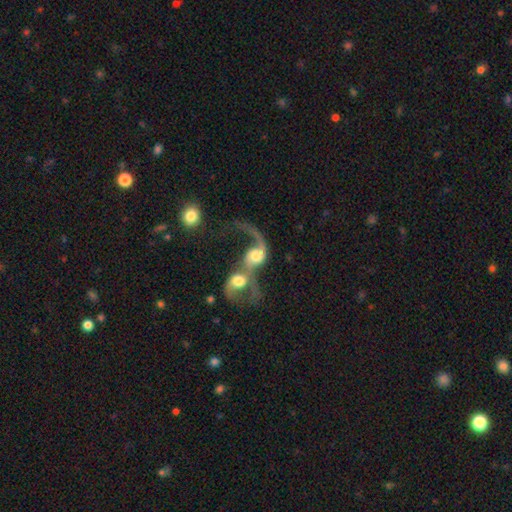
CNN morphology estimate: Q: Smooth or featured?
A: featured or disk (66%); runner-up: smooth (26%)
Q: Edge-on disk?
A: no (95%); runner-up: yes (5%)
Q: Bar?
A: no (65%); runner-up: weak (27%)
Q: Spiral arms?
A: yes (83%); runner-up: no (17%)
Q: Spiral winding?
A: loose (80%); runner-up: medium (15%)
Q: Spiral arm count?
A: 1 (54%); runner-up: 2 (37%)
Q: Bulge size?
A: moderate (45%); runner-up: large (34%)
Q: Merging?
A: merger (84%); runner-up: major disturbance (8%)